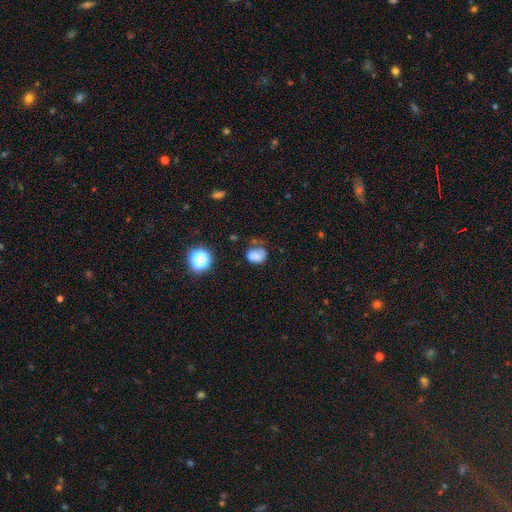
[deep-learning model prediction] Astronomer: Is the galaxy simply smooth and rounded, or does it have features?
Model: smooth — 71%.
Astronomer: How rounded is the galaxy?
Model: in between — 53% (runner-up: round, 46%).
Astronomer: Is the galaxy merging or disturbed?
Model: none — 49% (runner-up: minor disturbance, 31%).